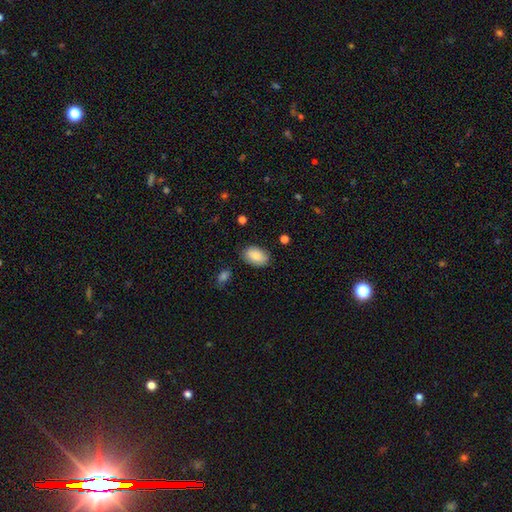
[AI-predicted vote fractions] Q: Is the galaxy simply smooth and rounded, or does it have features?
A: smooth — 83%.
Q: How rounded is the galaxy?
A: in between — 89%.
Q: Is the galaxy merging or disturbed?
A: none — 81%.